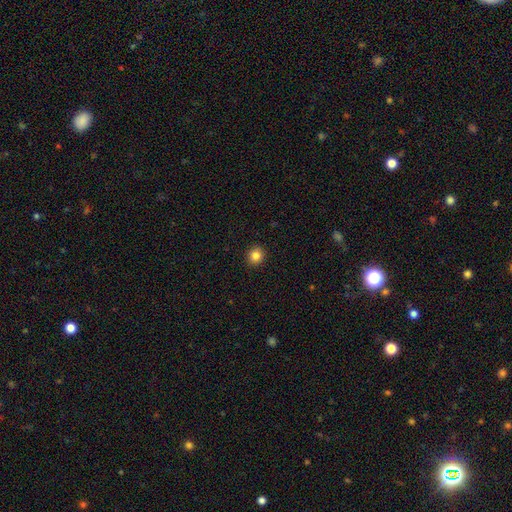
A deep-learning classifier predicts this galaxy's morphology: The model was most divided on "smooth or featured": smooth: 84%, star or artifact: 11%, featured or disk: 5%. More confident: merging — none (93%); how rounded — round (88%).